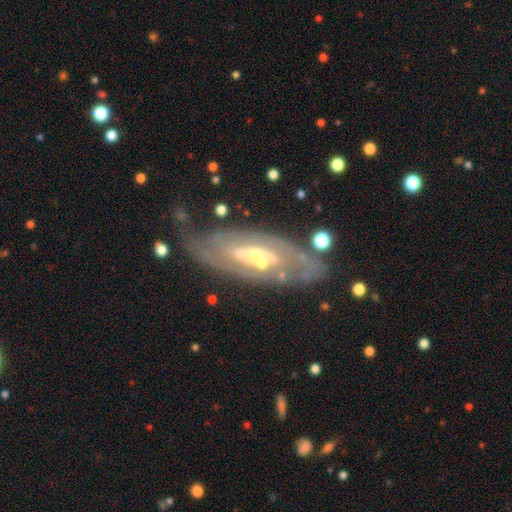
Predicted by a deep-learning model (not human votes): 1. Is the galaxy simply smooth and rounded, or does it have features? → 82% featured or disk, 12% smooth, 6% star or artifact.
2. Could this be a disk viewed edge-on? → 85% no, 15% yes.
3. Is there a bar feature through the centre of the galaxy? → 39% no, 38% weak, 22% strong.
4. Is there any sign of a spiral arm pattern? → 78% yes, 22% no.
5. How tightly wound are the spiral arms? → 58% tight, 32% medium, 11% loose.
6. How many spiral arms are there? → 42% can't tell (tied), 42% 2 (tied), 6% 3, 4% 1, 3% 4, 3% more than 4.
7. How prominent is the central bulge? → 49% small, 43% moderate, 4% large, 2% none, 1% dominant.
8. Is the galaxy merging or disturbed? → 68% none, 18% minor disturbance, 9% major disturbance, 4% merger.